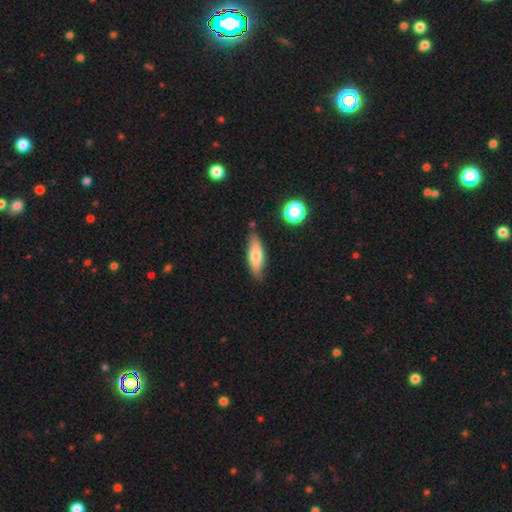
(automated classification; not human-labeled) smooth_or_featured: smooth (p=0.68) [alt: featured or disk p=0.26]
how_rounded: cigar-shaped (p=0.49) [tied with: in between p=0.49]
merging: none (p=0.77) [alt: minor disturbance p=0.17]